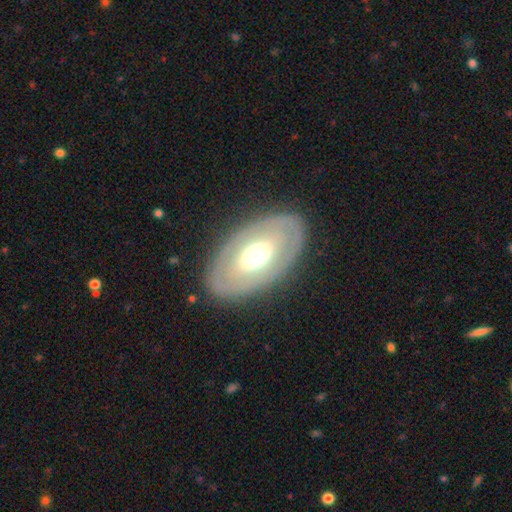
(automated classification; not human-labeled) Morphology: type=featured or disk (56%); edge-on=no (89%); bar=no (73%); spiral arms=no (81%); bulge=moderate (58%); merging=none (84%).